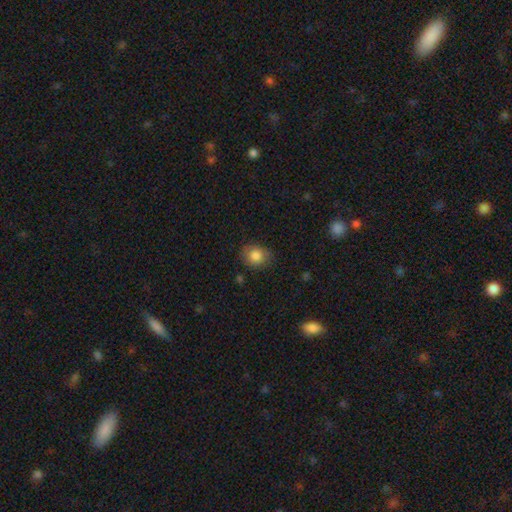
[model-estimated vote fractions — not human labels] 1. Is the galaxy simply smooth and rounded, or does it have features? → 83% smooth, 9% star or artifact, 8% featured or disk.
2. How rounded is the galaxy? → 57% round, 42% in between, 1% cigar-shaped.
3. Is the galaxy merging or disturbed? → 79% none, 16% minor disturbance, 3% major disturbance, 1% merger.